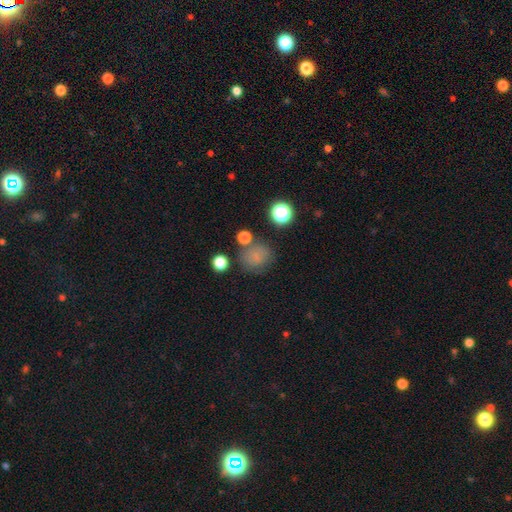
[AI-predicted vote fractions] The model was most divided on "merging": none: 67%, minor disturbance: 17%, merger: 8%, major disturbance: 8%. More confident: how rounded — round (77%); smooth or featured — smooth (70%).